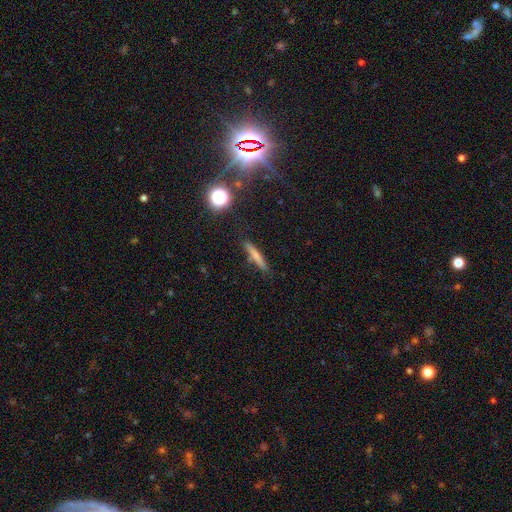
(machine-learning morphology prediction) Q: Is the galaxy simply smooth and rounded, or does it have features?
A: smooth — 69%.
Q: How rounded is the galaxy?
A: cigar-shaped — 91%.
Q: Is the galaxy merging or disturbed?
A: none — 84%.